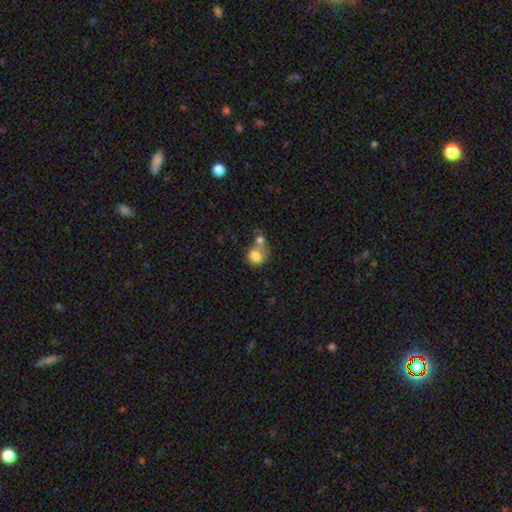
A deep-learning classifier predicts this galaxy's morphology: A smooth galaxy with no disk features (80%) that is round (79%).

Vote fractions:
- Smooth or featured? smooth: 80% / featured or disk: 12% / star or artifact: 8%
- How rounded? round: 79% / in between: 20% / cigar-shaped: 1%
- Merging? merger: 54% / none: 31% / minor disturbance: 9% / major disturbance: 5%